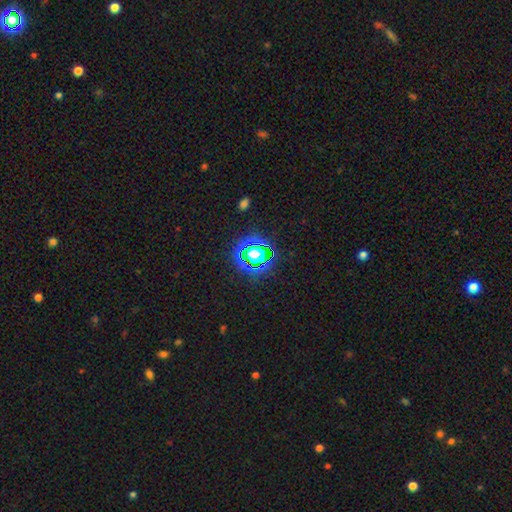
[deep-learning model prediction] A star or artifact, not a galaxy (67%).

Vote fractions:
- Smooth or featured? star or artifact: 67% / smooth: 23% / featured or disk: 11%